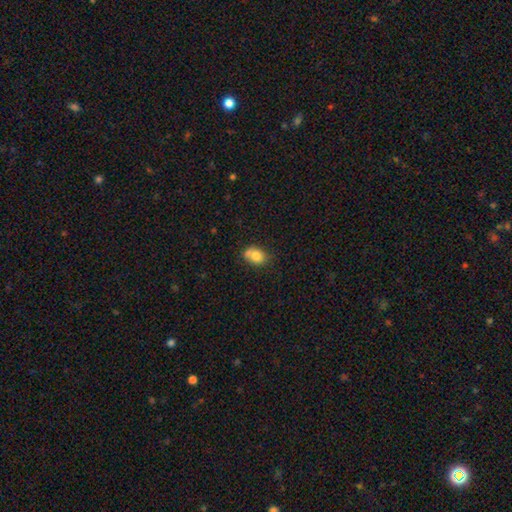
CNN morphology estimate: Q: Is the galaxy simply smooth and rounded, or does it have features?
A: smooth — 79%.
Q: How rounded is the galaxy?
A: in between — 61%.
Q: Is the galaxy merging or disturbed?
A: none — 52%.